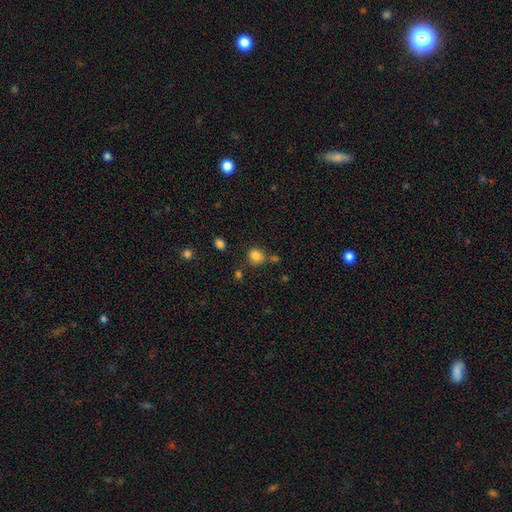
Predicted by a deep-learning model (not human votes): smooth-or-featured: smooth: 83% | star or artifact: 12% | featured or disk: 5%
  how-rounded: round: 75% | in between: 24% | cigar-shaped: 1%
  merging: none: 71% | minor disturbance: 14% | merger: 11% | major disturbance: 5%